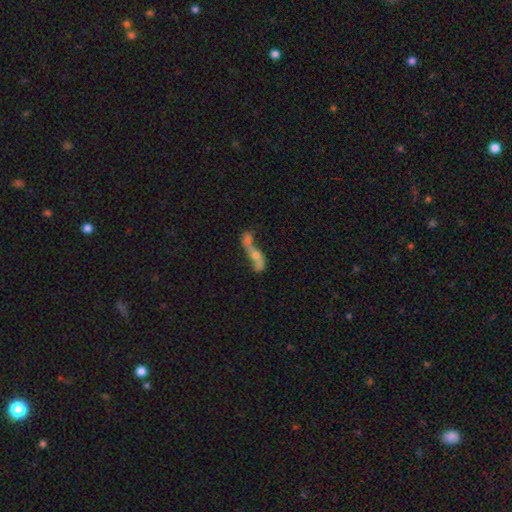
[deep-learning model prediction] Morphology: type=featured or disk (52%); edge-on=no (80%); merging=merger (56%).